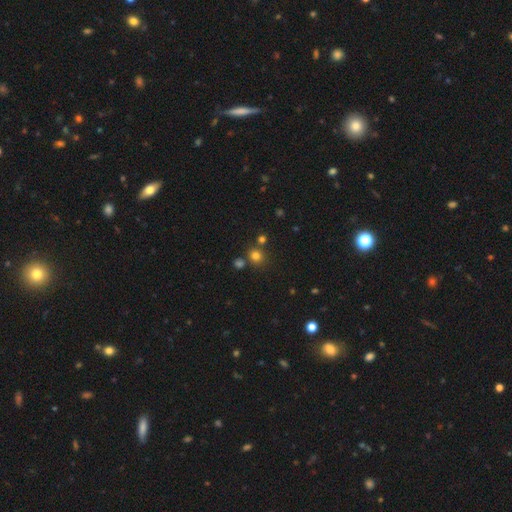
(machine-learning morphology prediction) Smooth or featured? smooth (75%)
How rounded? round (86%)
Merging? none (75%)